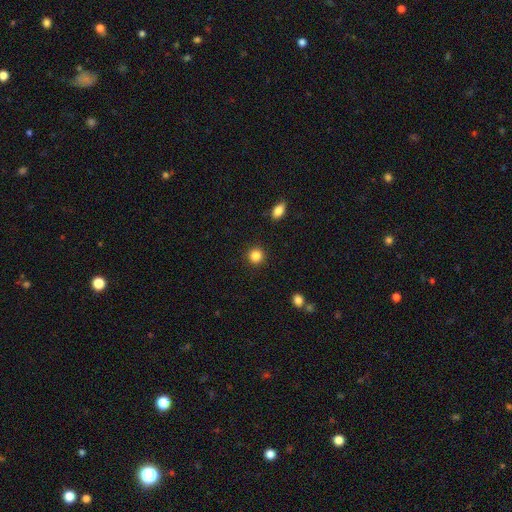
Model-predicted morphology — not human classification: This is clearly a smooth galaxy (86%). How rounded: clearly round (93%). Merging: clearly none (92%).